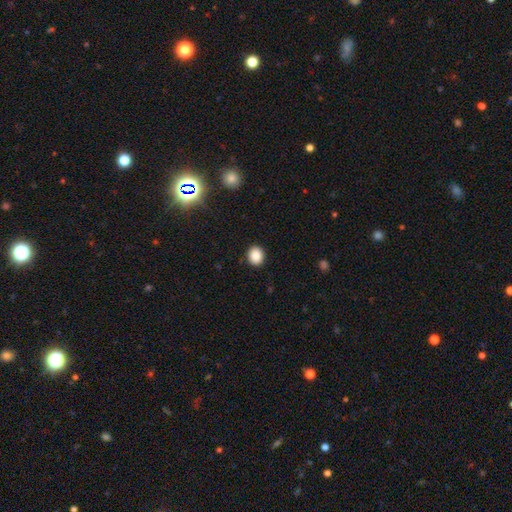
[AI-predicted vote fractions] The model was most divided on "how rounded": round: 74%, in between: 25%, cigar-shaped: 1%. More confident: merging — none (91%); smooth or featured — smooth (88%).